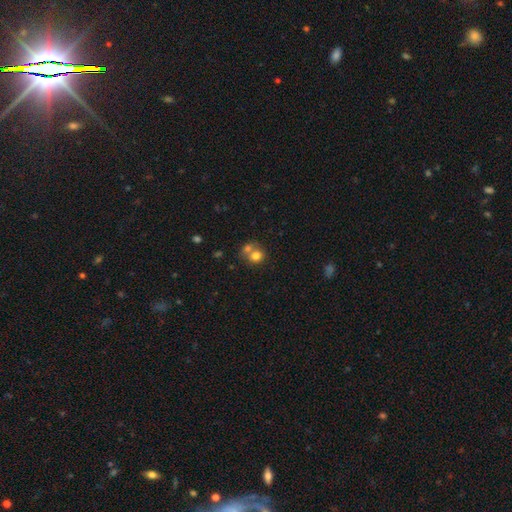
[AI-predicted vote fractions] smooth 75%, featured or disk 14%, star or artifact 11%. Down the decision tree: how rounded — round (75%); merging — merger (55%).